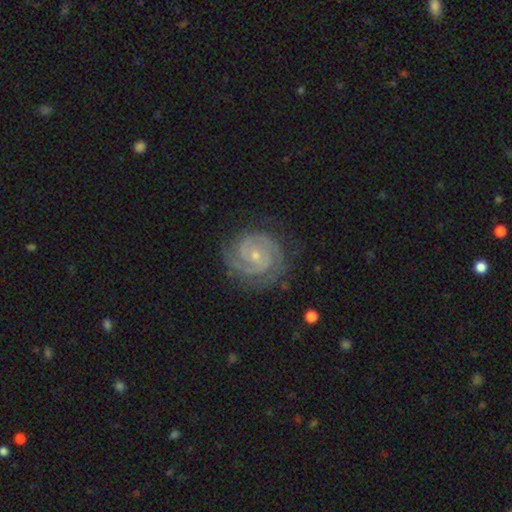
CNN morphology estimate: featured or disk 90%, smooth 5%, star or artifact 4%. Down the decision tree: edge-on disk — no (98%); bar — no (66%); spiral arms — yes (98%); spiral arm count — 2 (67%); spiral winding — tight (74%); bulge size — small (73%); merging — none (78%).